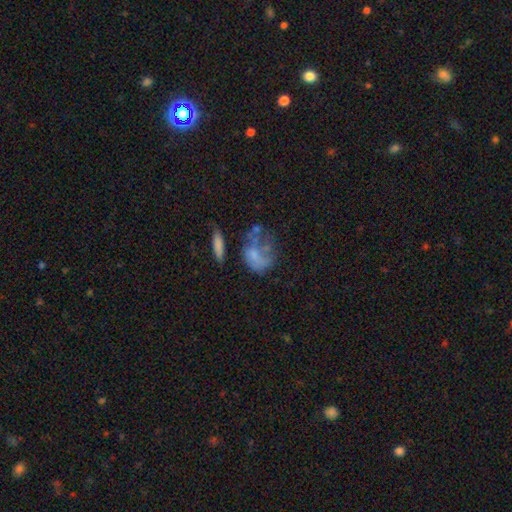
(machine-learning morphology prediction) smooth_or_featured: smooth (p=0.53) [alt: featured or disk p=0.35]
how_rounded: in between (p=0.62) [alt: round p=0.34]
merging: major disturbance (p=0.39) [alt: none p=0.26]